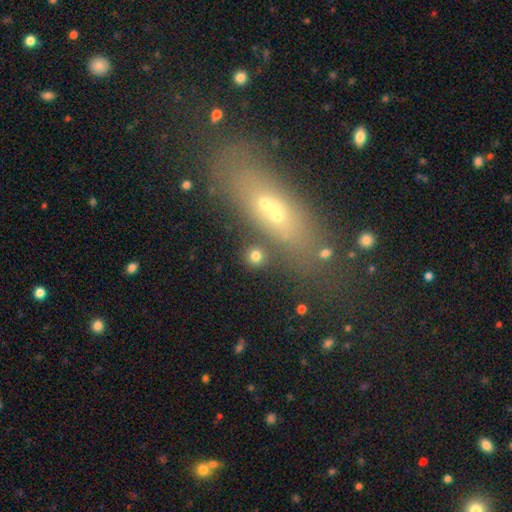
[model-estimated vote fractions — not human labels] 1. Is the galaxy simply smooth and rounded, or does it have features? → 76% smooth, 15% star or artifact, 9% featured or disk.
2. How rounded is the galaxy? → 86% round, 12% in between, 3% cigar-shaped.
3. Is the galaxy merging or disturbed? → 79% none, 9% merger, 8% minor disturbance, 4% major disturbance.